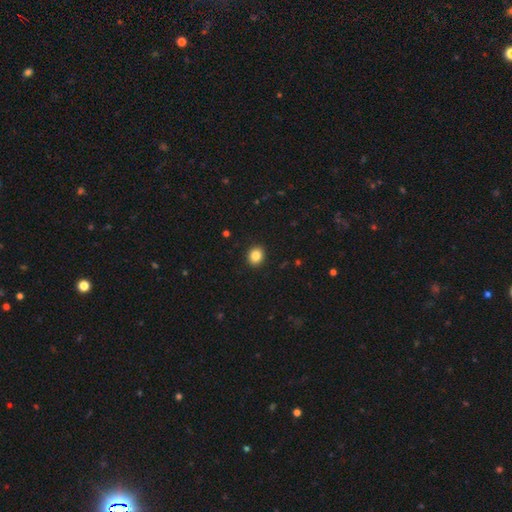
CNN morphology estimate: type=smooth (85%); roundness=round (66%); merging=none (92%).